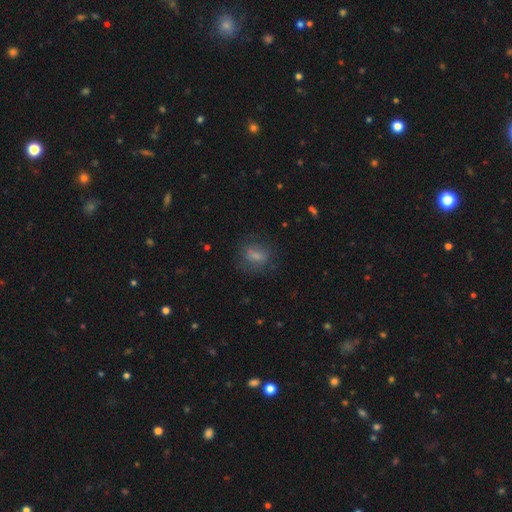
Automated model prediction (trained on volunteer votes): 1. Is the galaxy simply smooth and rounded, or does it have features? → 70% smooth, 18% featured or disk, 12% star or artifact.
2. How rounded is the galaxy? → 50% in between, 48% round, 2% cigar-shaped.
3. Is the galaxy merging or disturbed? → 66% none, 20% minor disturbance, 12% major disturbance, 2% merger.